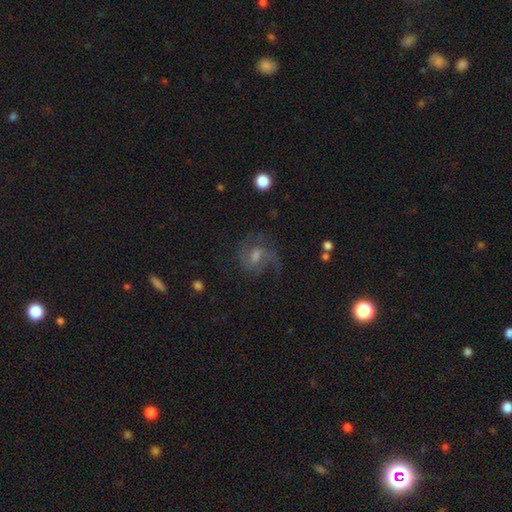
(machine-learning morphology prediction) Q: Smooth or featured?
A: featured or disk (70%); runner-up: smooth (16%)
Q: Edge-on disk?
A: no (97%); runner-up: yes (3%)
Q: Bar?
A: weak (53%); runner-up: no (34%)
Q: Spiral arms?
A: yes (92%); runner-up: no (8%)
Q: Spiral winding?
A: medium (50%); runner-up: tight (25%)
Q: Spiral arm count?
A: 2 (43%); runner-up: can't tell (22%)
Q: Bulge size?
A: moderate (47%); runner-up: small (35%)
Q: Merging?
A: none (63%); runner-up: minor disturbance (18%)